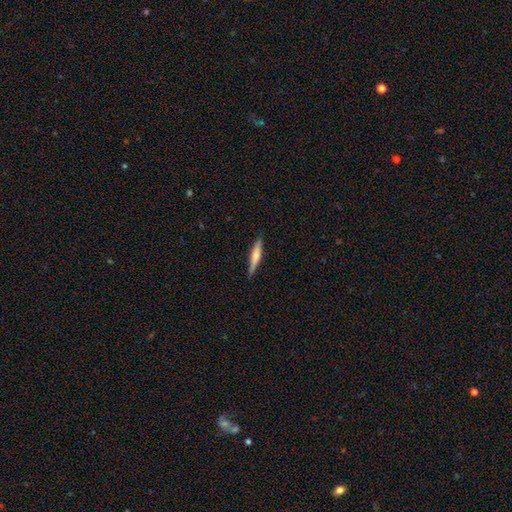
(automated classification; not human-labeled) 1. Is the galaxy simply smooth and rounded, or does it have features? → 53% smooth, 42% featured or disk, 6% star or artifact.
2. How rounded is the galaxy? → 89% cigar-shaped, 10% in between, 2% round.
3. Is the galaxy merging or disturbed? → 87% none, 10% minor disturbance, 2% major disturbance, 1% merger.